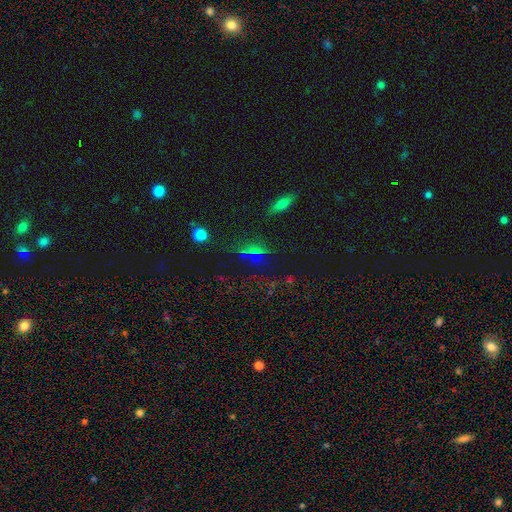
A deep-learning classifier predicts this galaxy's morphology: star or artifact 50%, smooth 38%, featured or disk 12%.